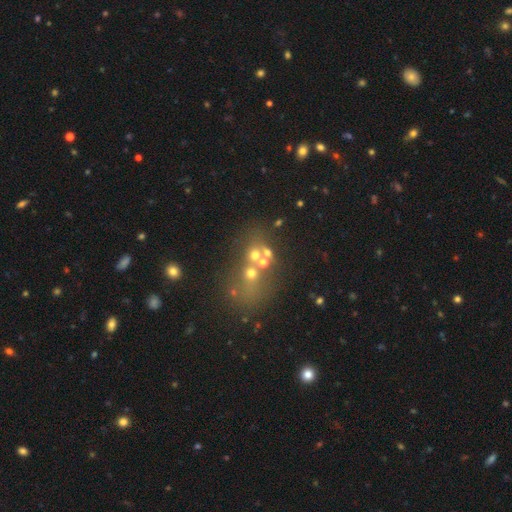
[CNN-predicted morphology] This is marginally a smooth galaxy (42%). Merging: marginally none (43%).